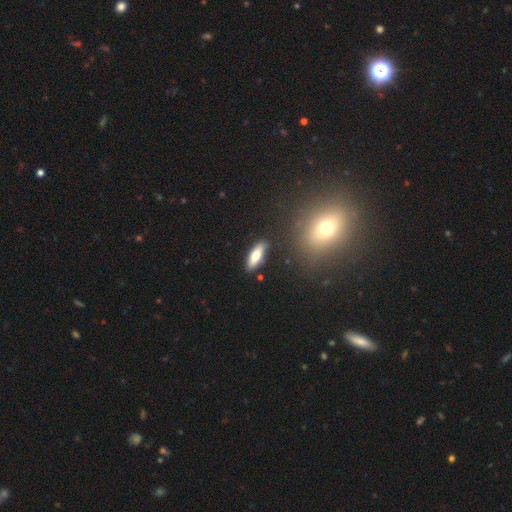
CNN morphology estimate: The model was most divided on "how rounded": in between: 56%, cigar-shaped: 42%, round: 3%. More confident: merging — none (85%); smooth or featured — smooth (65%).